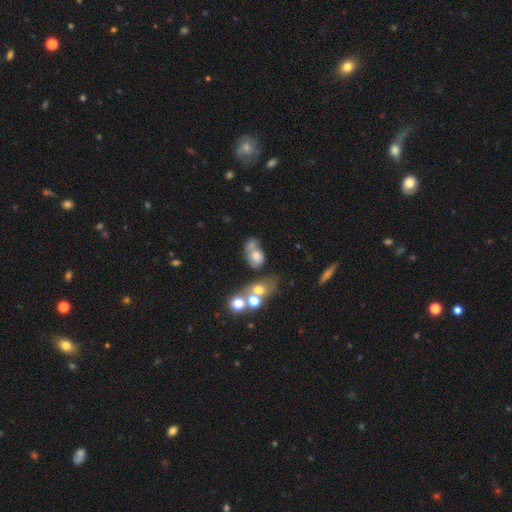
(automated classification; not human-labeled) A smooth galaxy with no disk features (64%) that is in between round and cigar-shaped (66%). Merging: merger (47%).